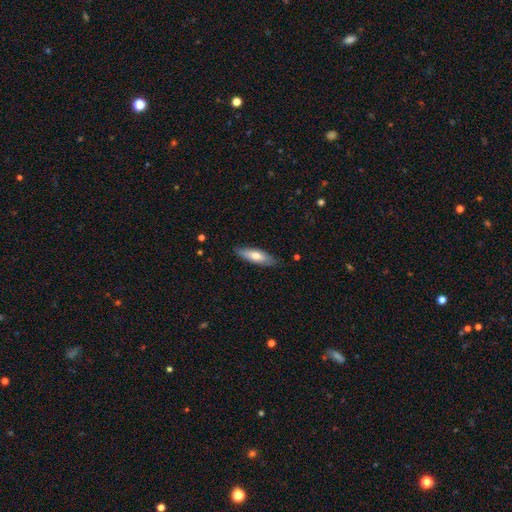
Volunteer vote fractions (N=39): This is possibly a smooth galaxy (56%). How rounded: possibly in between (55%). Merging: clearly none (81%).